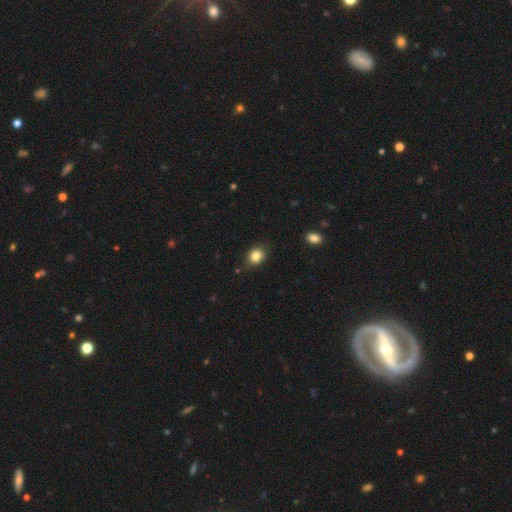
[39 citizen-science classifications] Q: Smooth or featured?
A: smooth (87%); runner-up: featured or disk (8%)
Q: How rounded?
A: round (68%); runner-up: in between (32%)
Q: Merging?
A: none (76%); runner-up: minor disturbance (22%)